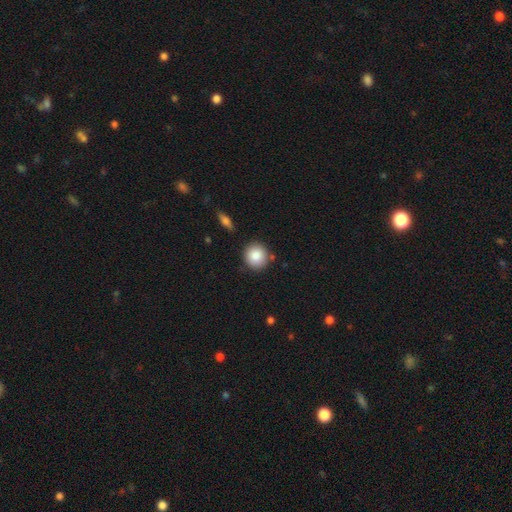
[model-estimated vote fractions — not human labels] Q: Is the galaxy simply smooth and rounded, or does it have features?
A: smooth — 86%.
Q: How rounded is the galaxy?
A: round — 91%.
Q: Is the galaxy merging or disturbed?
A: none — 85%.